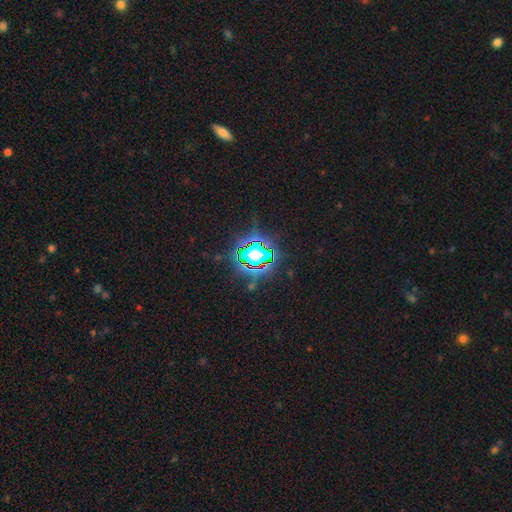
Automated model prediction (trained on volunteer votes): The model was most divided on "smooth or featured": star or artifact: 81%, smooth: 11%, featured or disk: 8%.